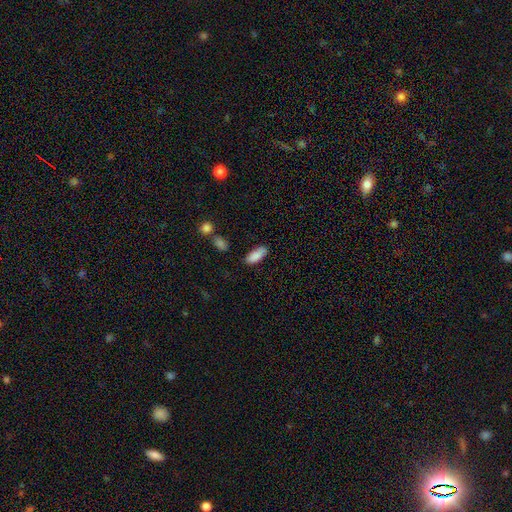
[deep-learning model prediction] Smooth or featured: smooth — 87% (star or artifact — 7%)
How rounded: in between — 78% (cigar-shaped — 20%)
Merging: none — 77% (minor disturbance — 16%)